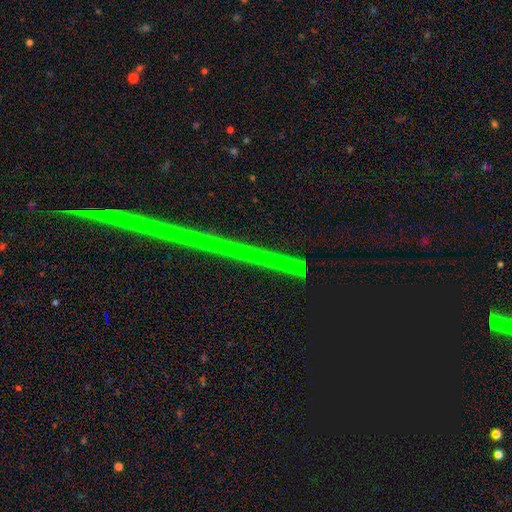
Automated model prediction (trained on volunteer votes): smooth-or-featured: star or artifact: 84% | featured or disk: 10% | smooth: 6%